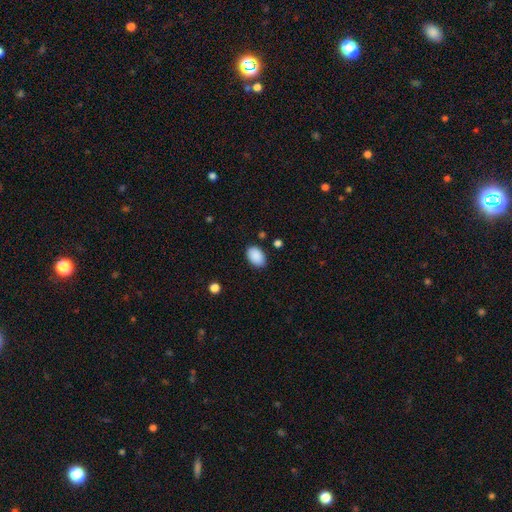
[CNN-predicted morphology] This is clearly a smooth galaxy (90%). How rounded: clearly in between (87%). Merging: clearly none (86%).